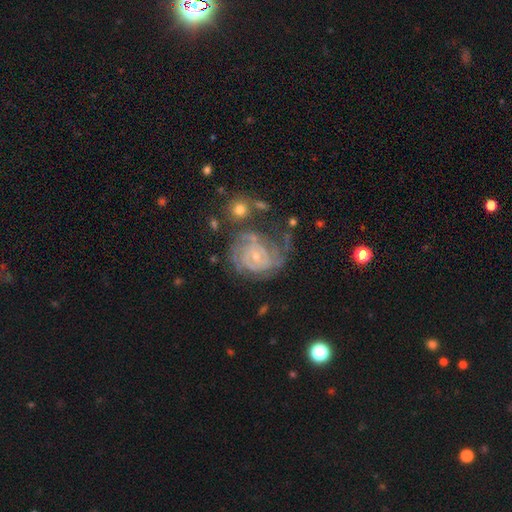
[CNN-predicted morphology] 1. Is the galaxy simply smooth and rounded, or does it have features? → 87% featured or disk, 6% smooth, 6% star or artifact.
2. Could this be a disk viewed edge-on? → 98% no, 2% yes.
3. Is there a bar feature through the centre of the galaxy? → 63% no, 29% weak, 8% strong.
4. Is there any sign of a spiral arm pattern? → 96% yes, 4% no.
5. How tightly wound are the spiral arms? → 71% tight, 24% medium, 5% loose.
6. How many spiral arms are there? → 29% 2 (tied), 29% can't tell (tied), 22% 3, 9% 4, 6% 1, 5% more than 4.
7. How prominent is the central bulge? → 65% small, 31% moderate, 2% none, 1% large, 1% dominant.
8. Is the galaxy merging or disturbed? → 46% none, 24% minor disturbance, 23% major disturbance, 7% merger.